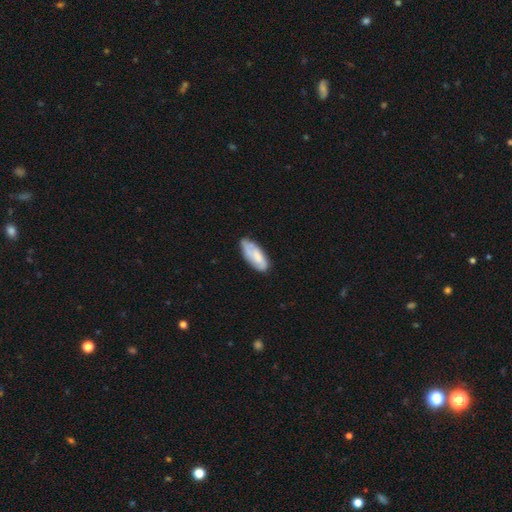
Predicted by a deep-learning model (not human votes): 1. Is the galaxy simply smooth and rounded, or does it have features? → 62% smooth, 32% featured or disk, 7% star or artifact.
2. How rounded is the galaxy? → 79% in between, 20% cigar-shaped, 2% round.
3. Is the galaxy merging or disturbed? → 63% none, 28% minor disturbance, 7% major disturbance, 3% merger.